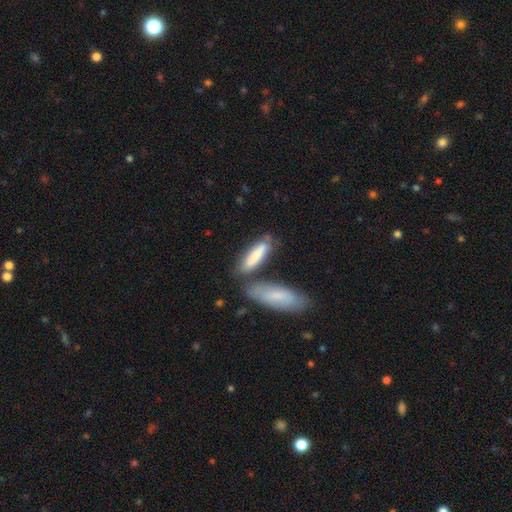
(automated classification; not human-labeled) Smooth or featured? smooth (76%)
How rounded? cigar-shaped (68%)
Merging? none (59%)